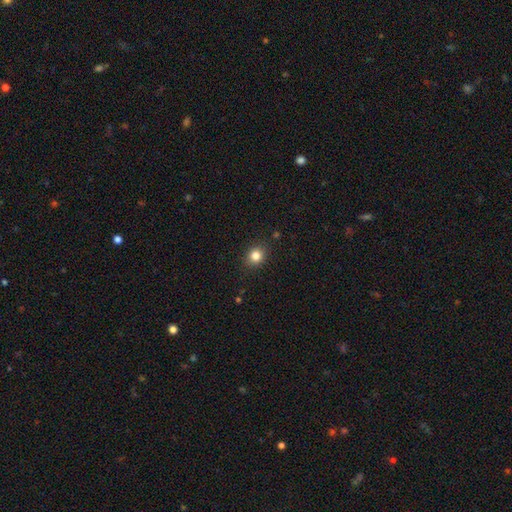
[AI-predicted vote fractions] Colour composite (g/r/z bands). It shows a smooth galaxy with no disk features (82%) that is round (71%). Merging: none (87%).